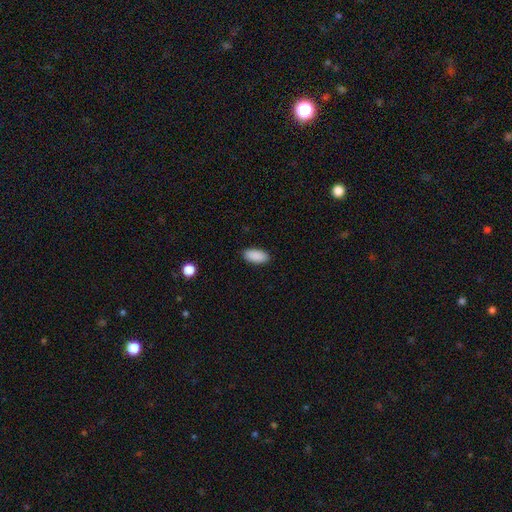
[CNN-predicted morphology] Smooth or featured? smooth (91%)
How rounded? in between (92%)
Merging? none (90%)